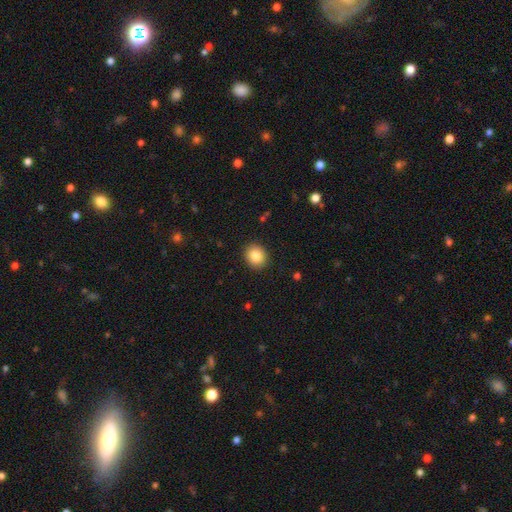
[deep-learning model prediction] Q: Smooth or featured?
A: smooth (84%); runner-up: star or artifact (9%)
Q: How rounded?
A: round (72%); runner-up: in between (27%)
Q: Merging?
A: none (91%); runner-up: minor disturbance (6%)